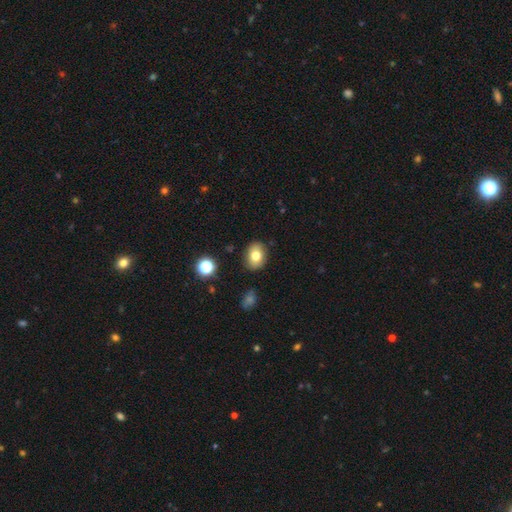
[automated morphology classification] Smooth or featured? smooth (77%)
How rounded? in between (63%)
Merging? none (85%)